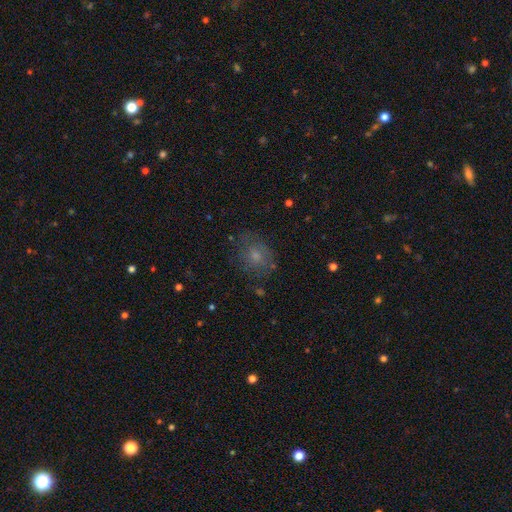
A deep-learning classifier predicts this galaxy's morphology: Overall: smooth (62%; featured or disk 25%). How rounded: round (53%; in between 46%). Merging: none (66%).